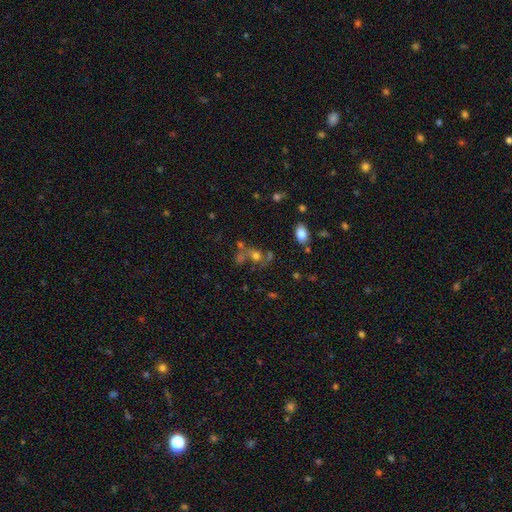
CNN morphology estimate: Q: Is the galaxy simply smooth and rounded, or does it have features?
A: smooth — 57%.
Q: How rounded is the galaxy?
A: round — 59%.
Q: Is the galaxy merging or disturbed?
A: none — 44%.